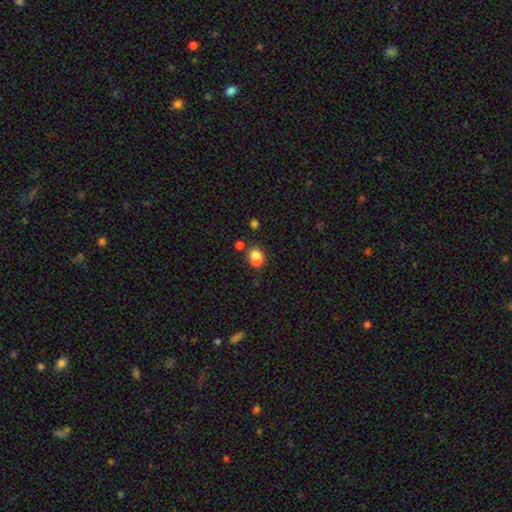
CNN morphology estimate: This appears to be a smooth galaxy with no disk features (74%) that is round (56%). Merging: merger (53%).